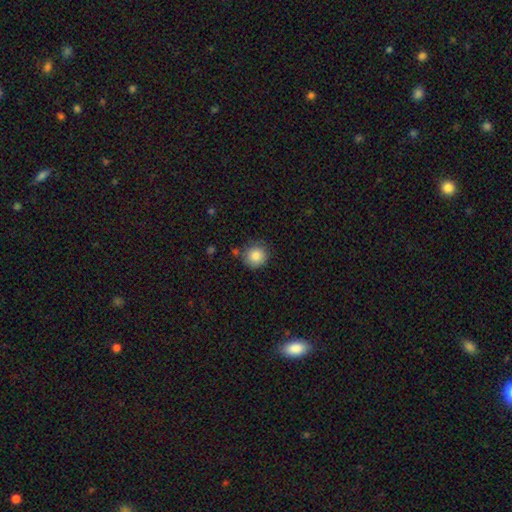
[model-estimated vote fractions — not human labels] smooth 86%, star or artifact 9%, featured or disk 5%. Down the decision tree: how rounded — round (91%); merging — none (80%).